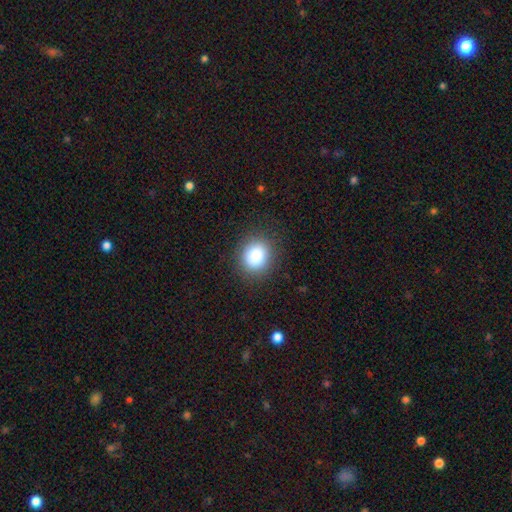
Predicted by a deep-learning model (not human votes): Q: Smooth or featured?
A: smooth (85%); runner-up: star or artifact (10%)
Q: How rounded?
A: round (75%); runner-up: in between (24%)
Q: Merging?
A: none (88%); runner-up: minor disturbance (8%)